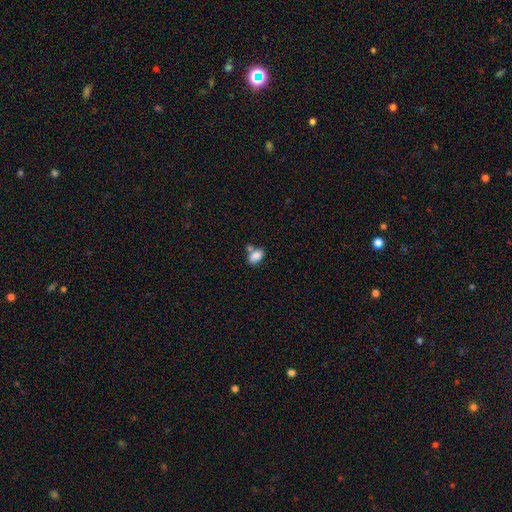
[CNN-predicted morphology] Smooth or featured? Predicted: smooth (p=0.85). How rounded? Predicted: in between (p=0.89). Merging? Predicted: none (p=0.55).